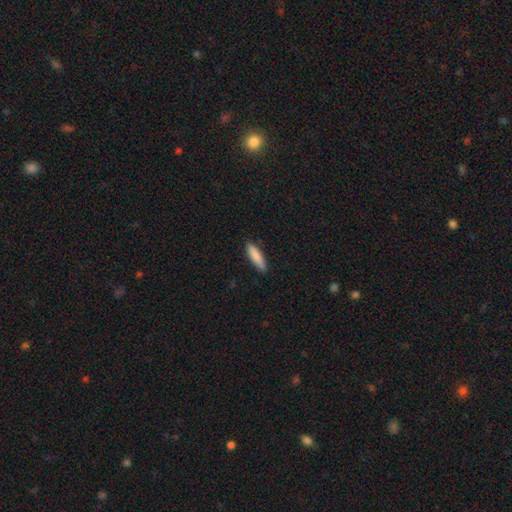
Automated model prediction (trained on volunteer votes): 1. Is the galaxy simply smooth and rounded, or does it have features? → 86% smooth, 8% featured or disk, 6% star or artifact.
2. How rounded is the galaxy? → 70% cigar-shaped, 29% in between, 1% round.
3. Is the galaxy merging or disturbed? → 87% none, 11% minor disturbance, 2% major disturbance, 1% merger.